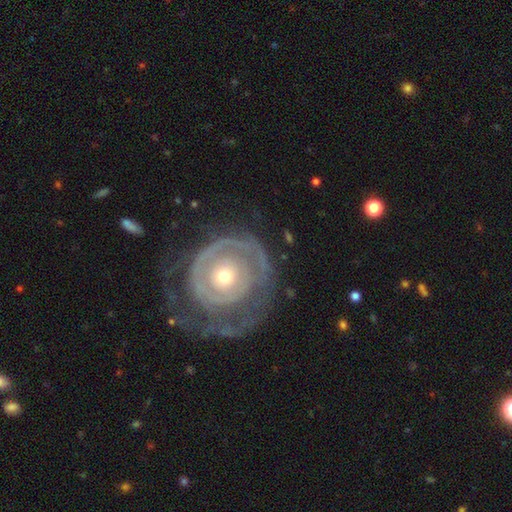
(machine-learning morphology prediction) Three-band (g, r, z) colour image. It shows a featured or disk galaxy (85%) with no bar (79%), 2 (32%) tight (79%) spiral arms (90%) and a moderate central bulge (51%). Merging: none (65%).